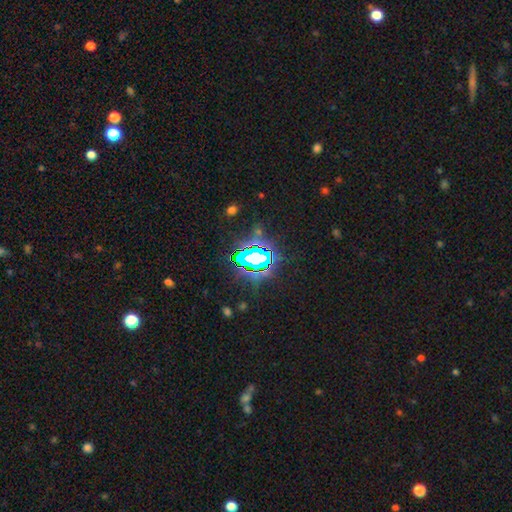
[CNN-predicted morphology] Overall: star or artifact (75%).